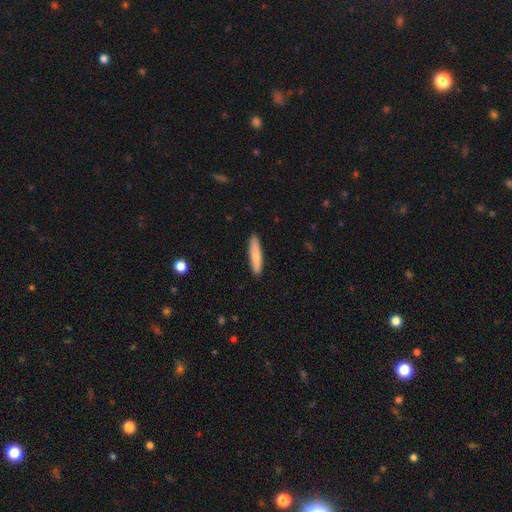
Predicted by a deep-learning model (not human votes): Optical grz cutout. It shows a smooth galaxy with no disk features (81%) that is cigar-shaped (88%). Merging: none (91%).